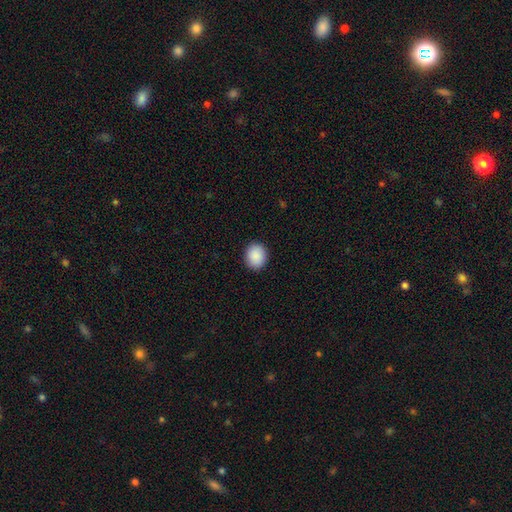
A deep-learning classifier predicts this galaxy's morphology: Smooth or featured? Predicted: smooth (p=0.90). How rounded? Predicted: round (p=0.68). Merging? Predicted: none (p=0.91).